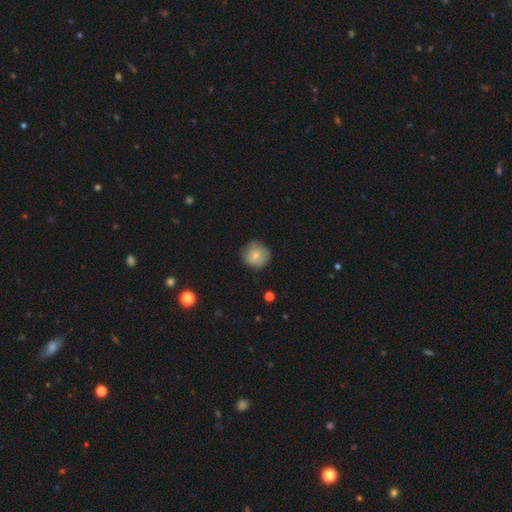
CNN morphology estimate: Smooth or featured? Predicted: smooth (p=0.72). How rounded? Predicted: round (p=0.92). Merging? Predicted: none (p=0.76).